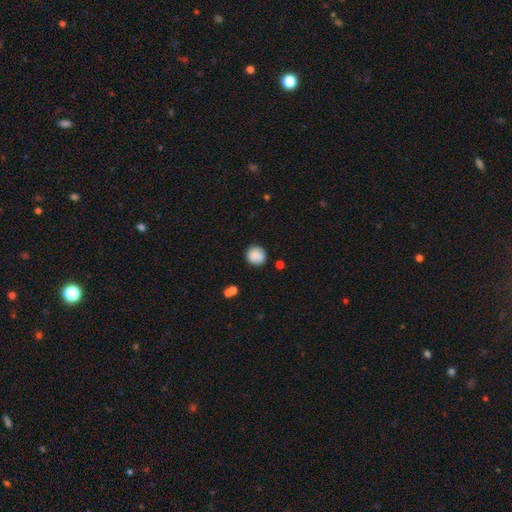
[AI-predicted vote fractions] Smooth or featured? Predicted: smooth (p=0.86). How rounded? Predicted: round (p=0.91). Merging? Predicted: none (p=0.81).